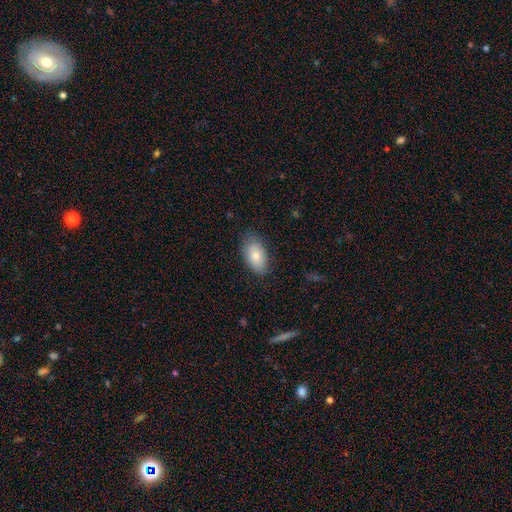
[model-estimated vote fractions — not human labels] Smooth or featured?
  - smooth: 78% *
  - featured or disk: 15%
  - star or artifact: 7%
How rounded?
  - in between: 93% *
  - round: 5%
  - cigar-shaped: 2%
Merging?
  - none: 79% *
  - minor disturbance: 16%
  - major disturbance: 3%
  - merger: 1%